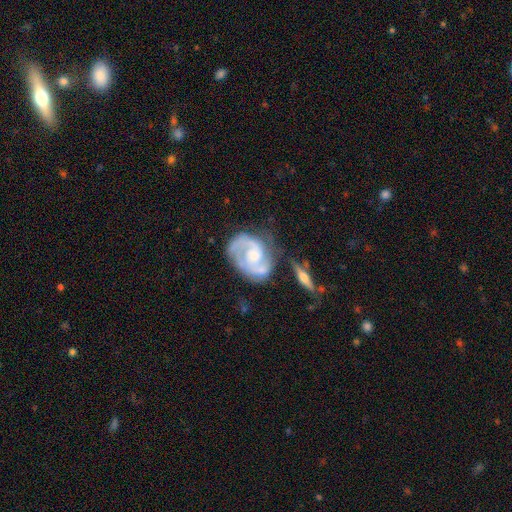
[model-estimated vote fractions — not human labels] A featured or disk galaxy (84%) with no bar (64%), 2 (69%) medium (46%) spiral arms (94%) and a small central bulge (50%).

Vote fractions:
- Smooth or featured? featured or disk: 84% / smooth: 11% / star or artifact: 5%
- Edge-on disk? no: 97% / yes: 3%
- Bar? no: 64% / weak: 31% / strong: 5%
- Spiral arms? yes: 94% / no: 6%
- Spiral winding? medium: 46% / tight: 38% / loose: 16%
- Spiral arm count? 2: 69% / 1: 11% / can't tell: 11% / 3: 5% / 4: 2% / more than 4: 2%
- Bulge size? small: 50% / moderate: 37% / none: 7% / large: 5% / dominant: 1%
- Merging? none: 46% / minor disturbance: 22% / merger: 16% / major disturbance: 16%